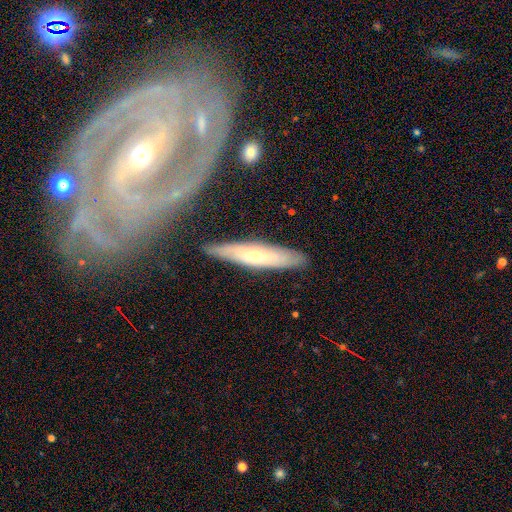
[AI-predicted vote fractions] Smooth or featured: smooth — 49% (featured or disk — 44%)
Merging: none — 84% (minor disturbance — 11%)